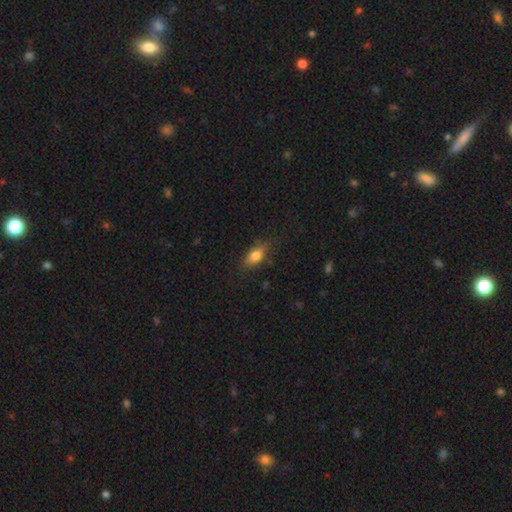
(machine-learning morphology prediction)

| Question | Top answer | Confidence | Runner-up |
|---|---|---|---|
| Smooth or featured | smooth | 77% | featured or disk (14%) |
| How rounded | in between | 80% | cigar-shaped (15%) |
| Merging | none | 78% | minor disturbance (17%) |